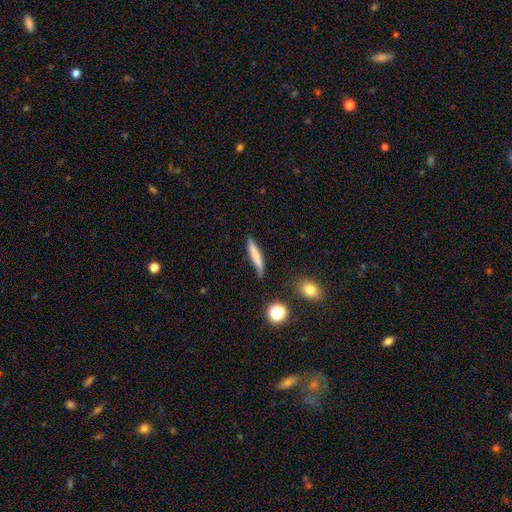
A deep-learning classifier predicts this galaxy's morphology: This is likely a smooth galaxy (71%). How rounded: clearly cigar-shaped (88%). Merging: likely none (69%).